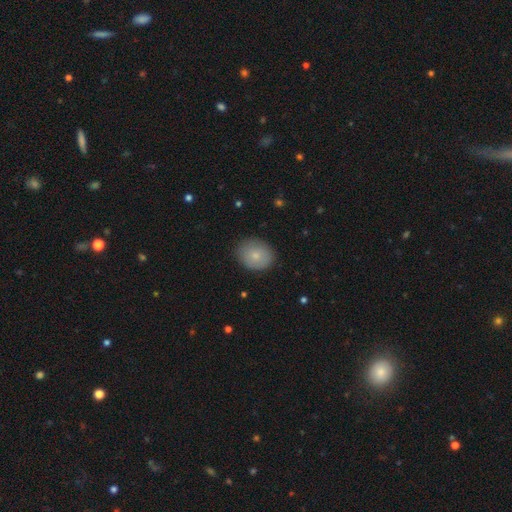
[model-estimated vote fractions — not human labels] A smooth galaxy with no disk features (77%) that is round (57%).

Vote fractions:
- Smooth or featured? smooth: 77% / featured or disk: 15% / star or artifact: 8%
- How rounded? round: 57% / in between: 42% / cigar-shaped: 1%
- Merging? none: 83% / minor disturbance: 13% / major disturbance: 3% / merger: 1%